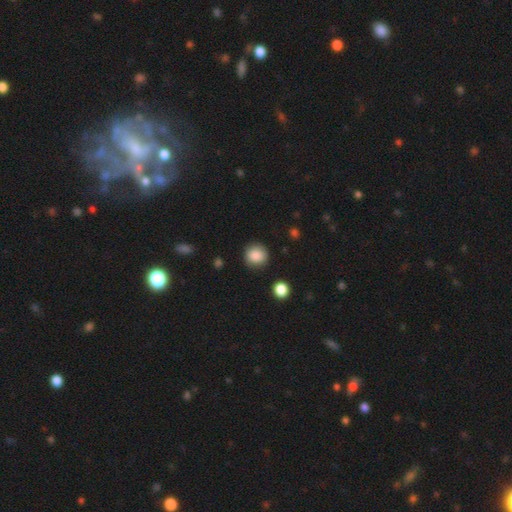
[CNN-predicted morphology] type=smooth (87%); roundness=round (91%); merging=none (86%).